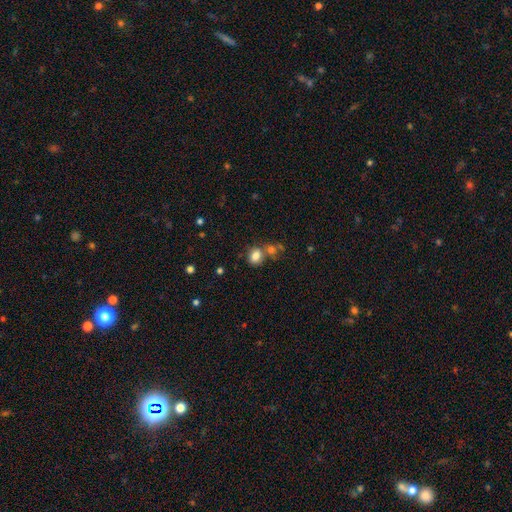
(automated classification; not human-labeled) Q: Smooth or featured?
A: smooth (81%); runner-up: star or artifact (11%)
Q: How rounded?
A: in between (52%); runner-up: round (47%)
Q: Merging?
A: none (53%); runner-up: merger (29%)